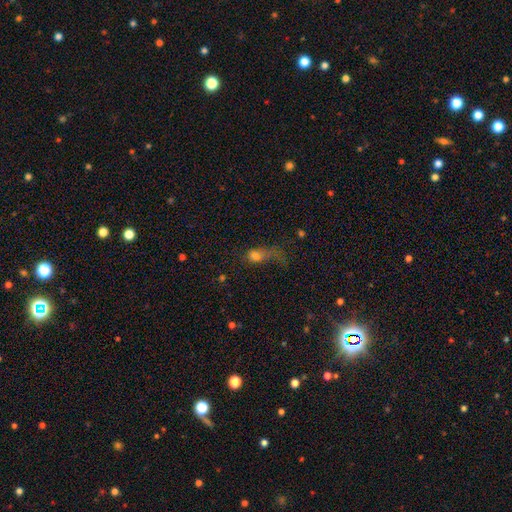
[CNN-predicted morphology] This is likely a smooth galaxy (66%). How rounded: possibly in between (51%). Merging: possibly major disturbance (53%).